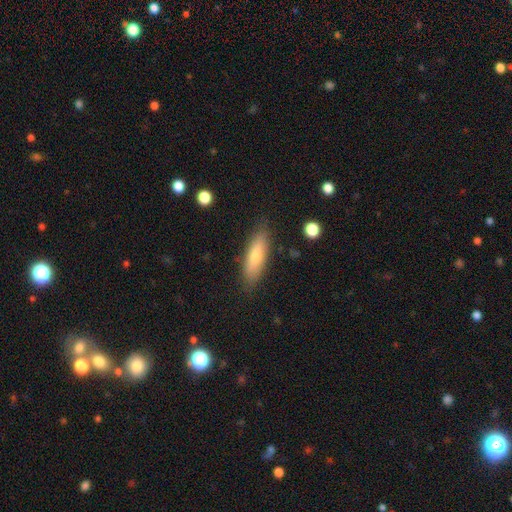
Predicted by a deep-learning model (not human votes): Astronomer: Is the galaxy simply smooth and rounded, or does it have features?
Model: smooth — 69%.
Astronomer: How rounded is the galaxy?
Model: cigar-shaped — 52% (runner-up: in between, 46%).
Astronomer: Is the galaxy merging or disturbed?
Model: none — 85%.